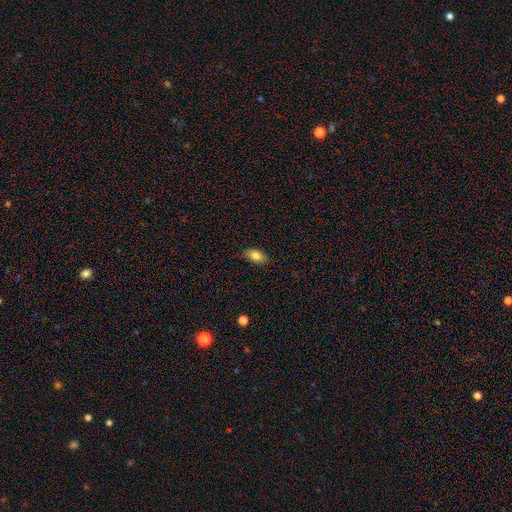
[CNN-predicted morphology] Smooth or featured: smooth — 82% (featured or disk — 10%)
How rounded: in between — 90% (round — 6%)
Merging: none — 84% (minor disturbance — 13%)